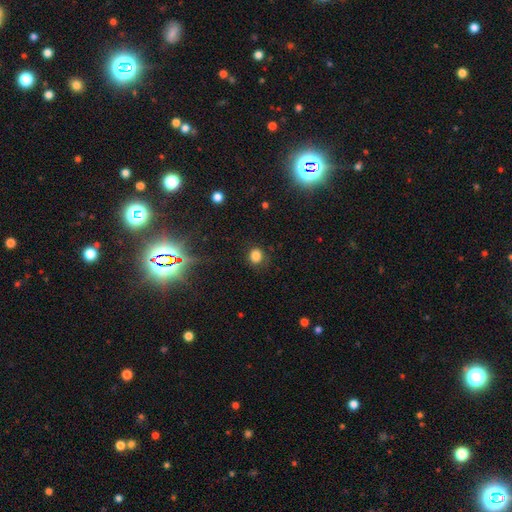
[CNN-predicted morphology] Overall: smooth (81%). How rounded: round (80%). Merging: none (80%).